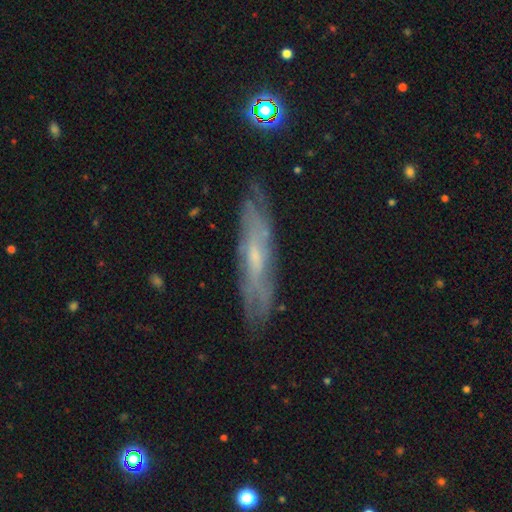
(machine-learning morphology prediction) Smooth or featured? Predicted: featured or disk (p=0.65). Edge-on disk? Predicted: yes (p=0.51). Merging? Predicted: none (p=0.79).